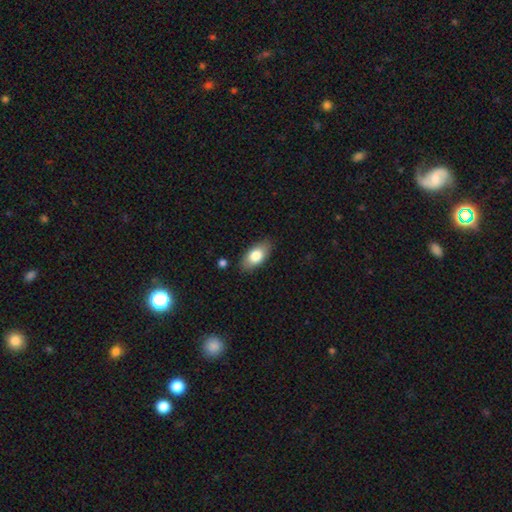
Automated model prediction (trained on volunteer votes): smooth_or_featured: smooth (p=0.79) [alt: featured or disk p=0.15]
how_rounded: in between (p=0.91) [alt: round p=0.04]
merging: none (p=0.85) [alt: minor disturbance p=0.11]